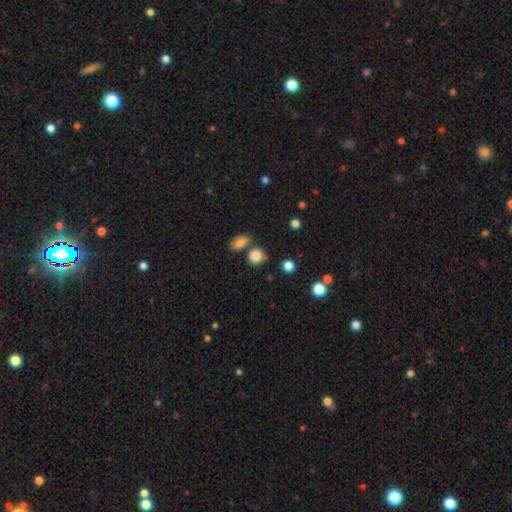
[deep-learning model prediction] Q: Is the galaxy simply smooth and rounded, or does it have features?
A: smooth — 83%.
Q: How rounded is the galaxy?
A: round — 78%.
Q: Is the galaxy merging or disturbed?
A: none — 66%.